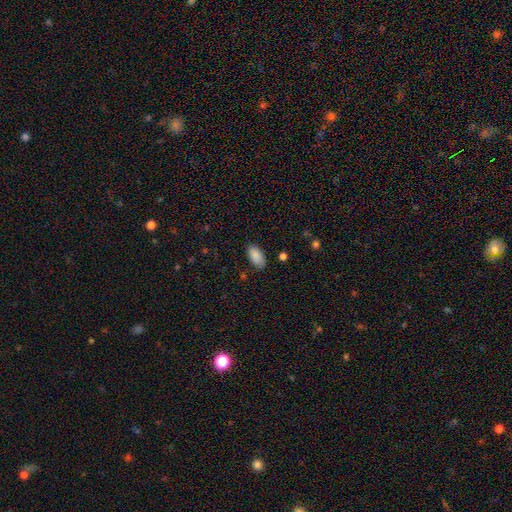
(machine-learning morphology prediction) type=smooth (89%); roundness=in between (94%); merging=none (82%).